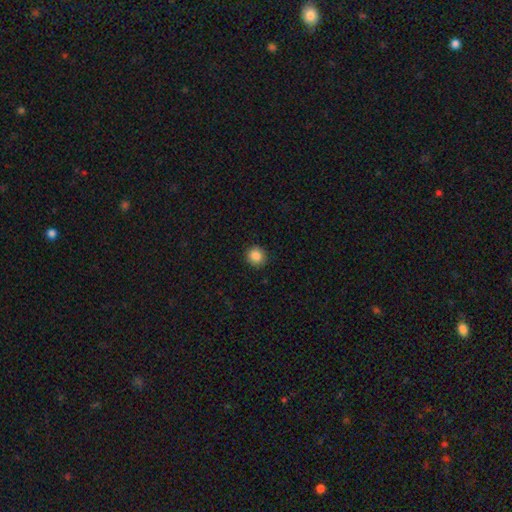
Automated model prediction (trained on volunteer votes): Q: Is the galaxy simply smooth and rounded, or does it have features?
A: smooth — 87%.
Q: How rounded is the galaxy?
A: round — 91%.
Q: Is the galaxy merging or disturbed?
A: none — 91%.